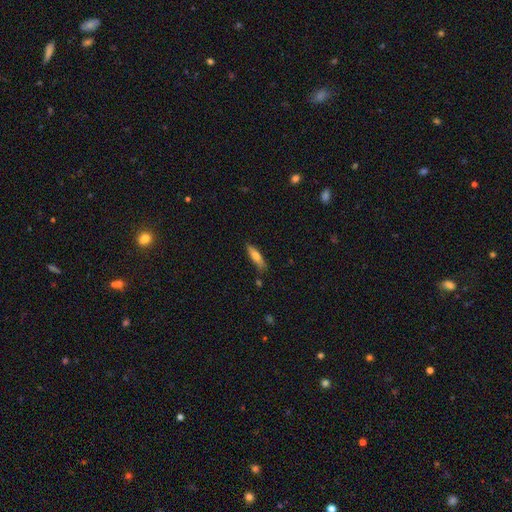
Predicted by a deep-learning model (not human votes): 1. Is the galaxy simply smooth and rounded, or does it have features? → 70% smooth, 23% featured or disk, 6% star or artifact.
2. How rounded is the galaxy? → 68% cigar-shaped, 30% in between, 2% round.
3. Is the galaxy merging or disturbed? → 78% none, 16% minor disturbance, 3% merger, 3% major disturbance.